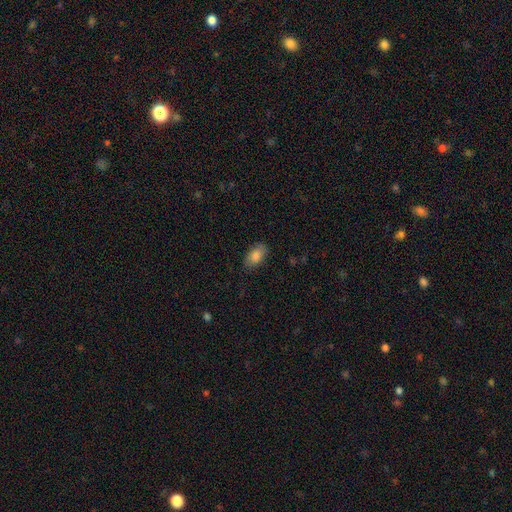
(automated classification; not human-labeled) A smooth galaxy with no disk features (85%) that is in between round and cigar-shaped (93%).

Vote fractions:
- Smooth or featured? smooth: 85% / featured or disk: 8% / star or artifact: 7%
- How rounded? in between: 93% / round: 5% / cigar-shaped: 2%
- Merging? none: 81% / minor disturbance: 15% / major disturbance: 3% / merger: 1%